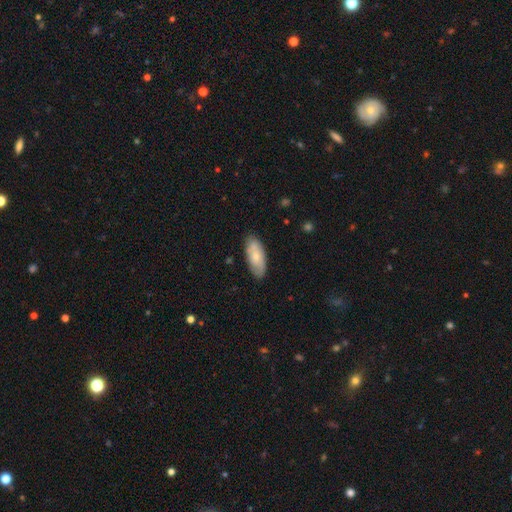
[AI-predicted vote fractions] The model was most divided on "smooth or featured": smooth: 72%, featured or disk: 22%, star or artifact: 6%. More confident: how rounded — in between (85%); merging — none (81%).